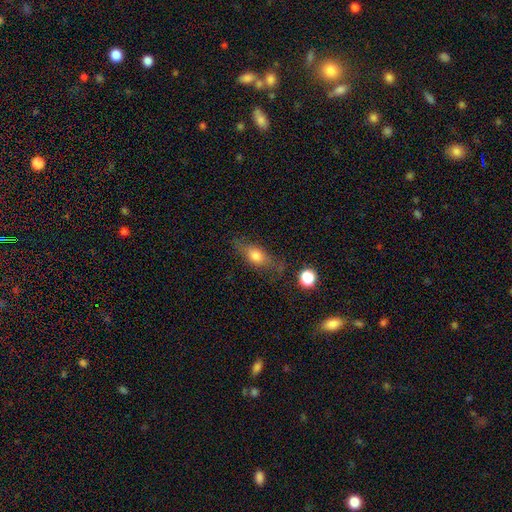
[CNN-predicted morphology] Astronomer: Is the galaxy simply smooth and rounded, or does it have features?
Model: smooth — 68%.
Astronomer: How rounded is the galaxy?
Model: in between — 67%.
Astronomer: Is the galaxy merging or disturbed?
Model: none — 64%.